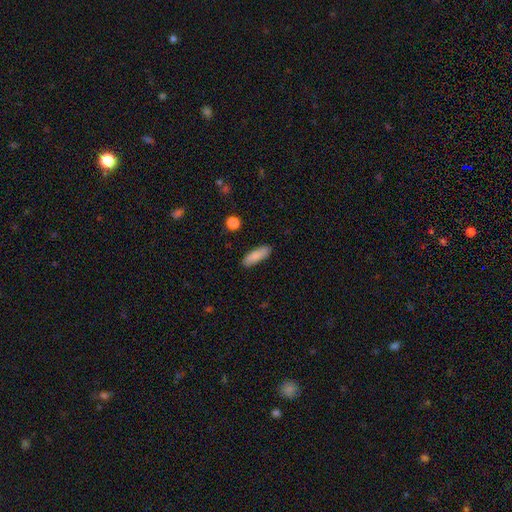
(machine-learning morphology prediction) smooth_or_featured: smooth (p=0.86) [alt: featured or disk p=0.07]
how_rounded: in between (p=0.53) [alt: cigar-shaped p=0.45]
merging: none (p=0.88) [alt: minor disturbance p=0.09]